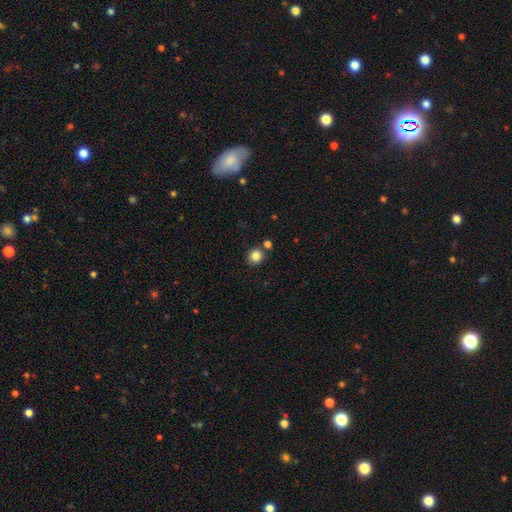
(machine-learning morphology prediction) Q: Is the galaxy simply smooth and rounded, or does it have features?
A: smooth — 84%.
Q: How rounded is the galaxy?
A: round — 86%.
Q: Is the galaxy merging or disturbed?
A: none — 77%.